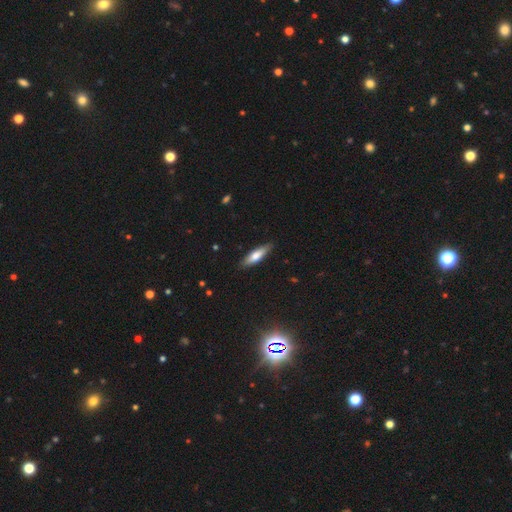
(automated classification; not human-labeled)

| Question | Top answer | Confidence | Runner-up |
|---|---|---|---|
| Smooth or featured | smooth | 67% | featured or disk (27%) |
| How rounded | cigar-shaped | 65% | in between (34%) |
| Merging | none | 86% | minor disturbance (11%) |